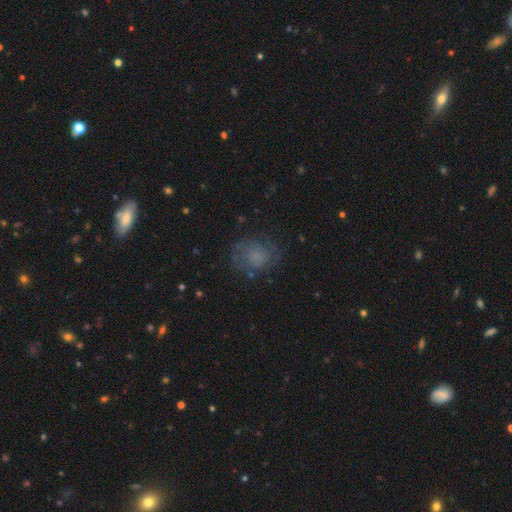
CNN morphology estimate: The model was most divided on "how rounded": round: 66%, in between: 33%, cigar-shaped: 1%. More confident: merging — none (71%); smooth or featured — smooth (61%).